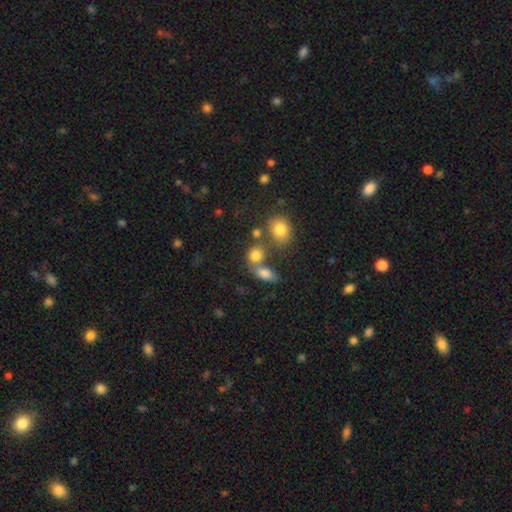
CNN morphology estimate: The model was most divided on "how rounded": round: 53%, in between: 45%, cigar-shaped: 3%. Remaining: smooth or featured — smooth (79%); merging — none (46%).